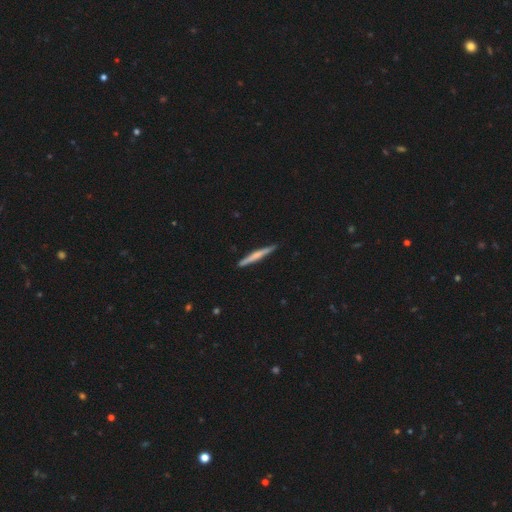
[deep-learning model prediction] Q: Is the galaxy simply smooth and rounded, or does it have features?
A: featured or disk — 47%, tied with smooth.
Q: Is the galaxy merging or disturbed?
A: none — 89%.